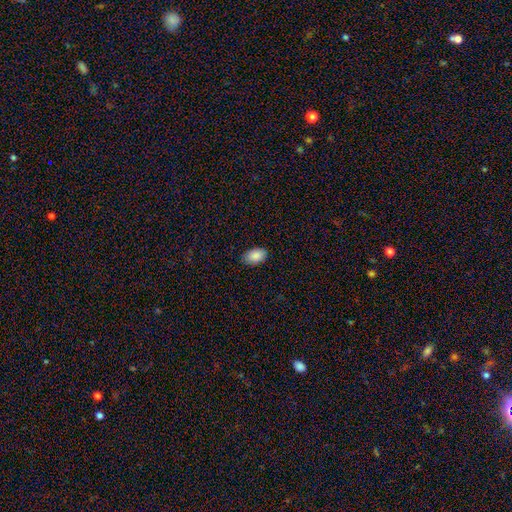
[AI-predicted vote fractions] This is clearly a smooth galaxy (89%). How rounded: clearly in between (91%). Merging: clearly none (86%).